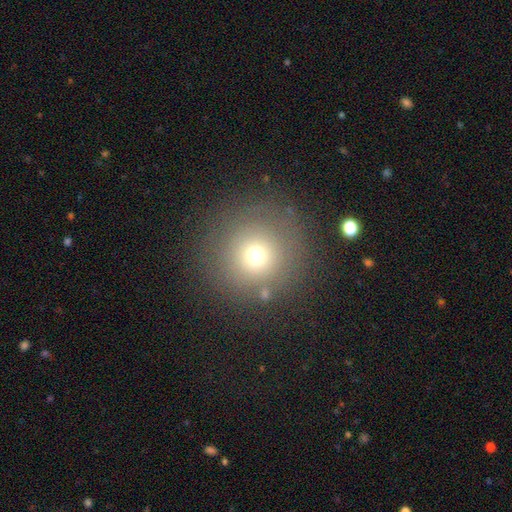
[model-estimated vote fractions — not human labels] A smooth galaxy with no disk features (69%) that is round (94%). Merging: none (82%).